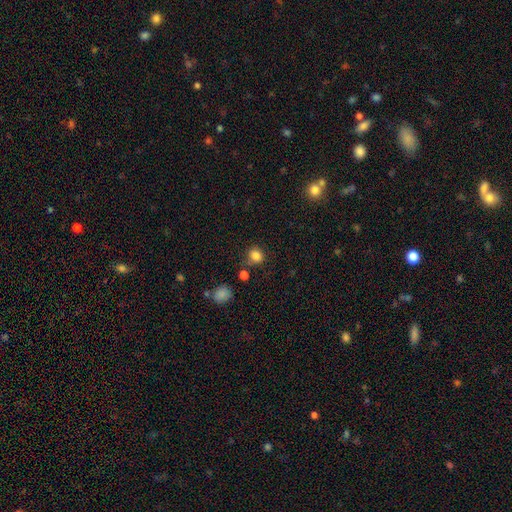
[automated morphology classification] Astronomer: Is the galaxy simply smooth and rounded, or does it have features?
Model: smooth — 83%.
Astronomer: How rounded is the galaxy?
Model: round — 71%.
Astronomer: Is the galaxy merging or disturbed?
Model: none — 74%.